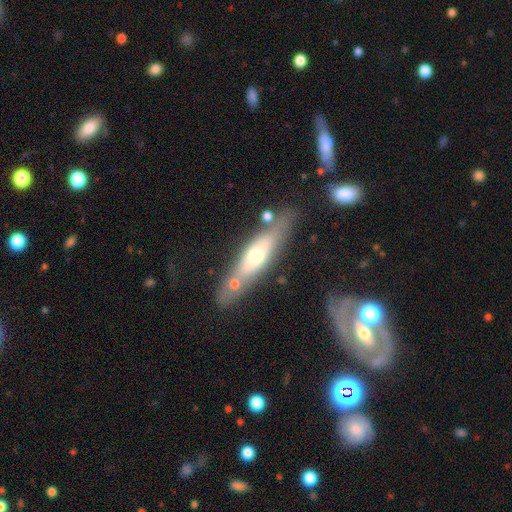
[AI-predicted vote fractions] Smooth or featured? featured or disk (60%)
Edge-on disk? yes (59%)
Merging? none (62%)